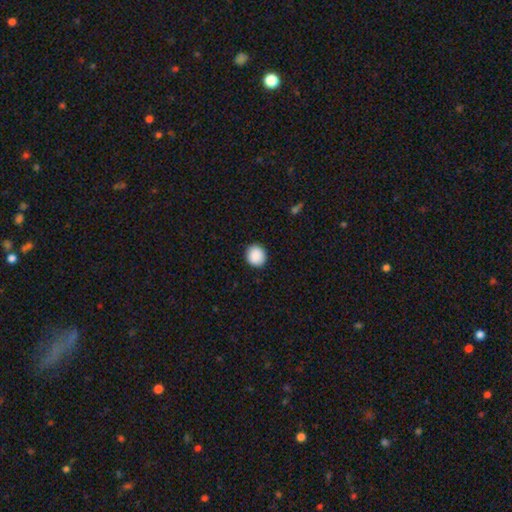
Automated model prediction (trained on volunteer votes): This appears to be a smooth galaxy with no disk features (90%) that is round (85%). Merging: none (91%).